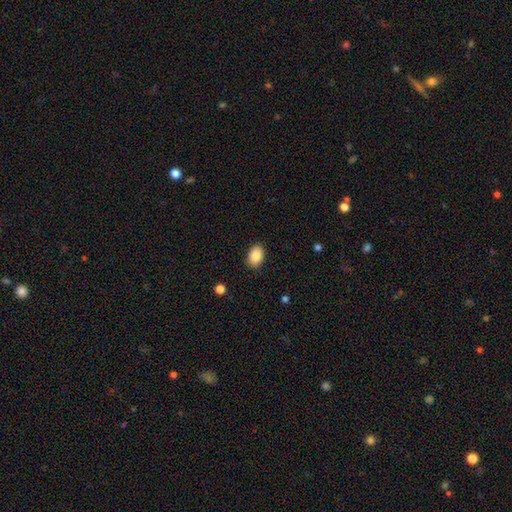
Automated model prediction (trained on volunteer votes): Overall: smooth (89%). How rounded: in between (86%). Merging: none (88%).